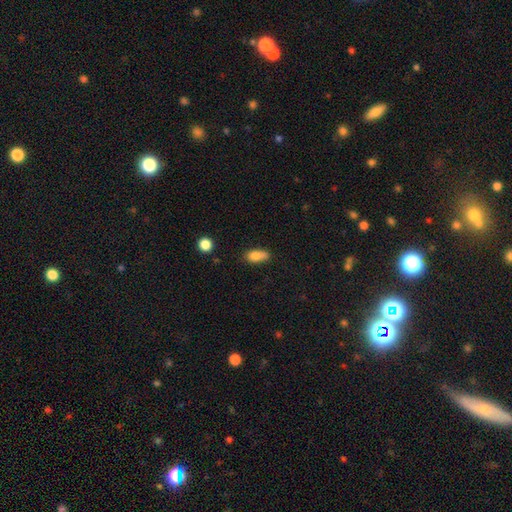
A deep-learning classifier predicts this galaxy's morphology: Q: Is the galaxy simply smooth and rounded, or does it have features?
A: smooth — 80%.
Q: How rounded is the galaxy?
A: in between — 81%.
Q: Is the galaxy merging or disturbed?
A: none — 53%.